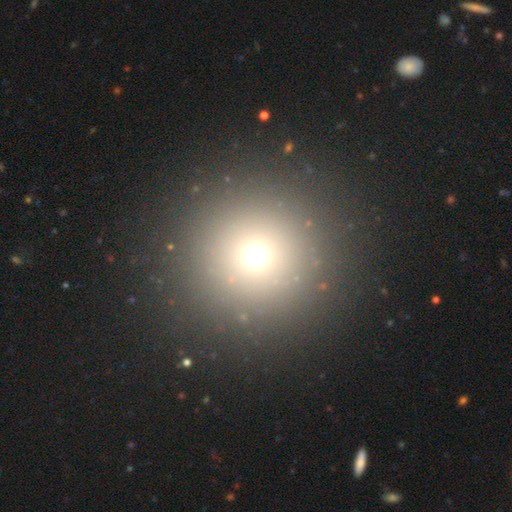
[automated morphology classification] smooth 67%, star or artifact 24%, featured or disk 9%. Down the decision tree: how rounded — round (96%); merging — none (91%).